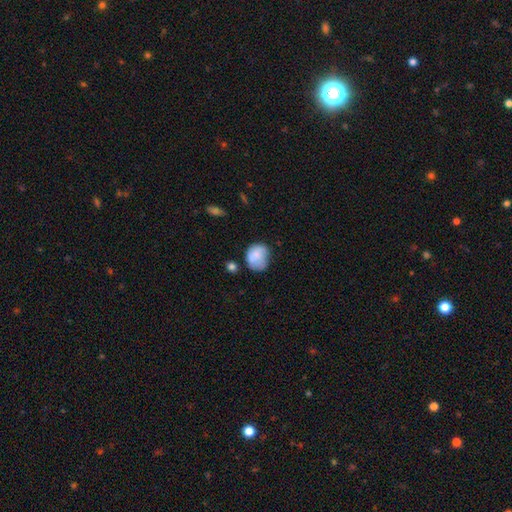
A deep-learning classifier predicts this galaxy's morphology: Overall: smooth (79%). How rounded: round (58%; in between 41%). Merging: none (47%; minor disturbance 33%).